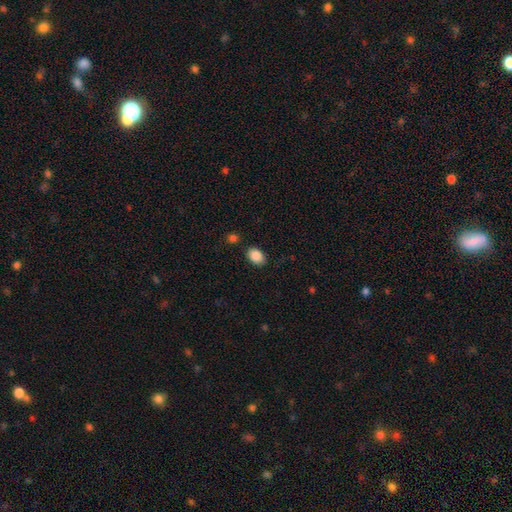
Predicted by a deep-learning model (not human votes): This appears to be a smooth galaxy with no disk features (88%) that is in between round and cigar-shaped (82%). Merging: none (85%).